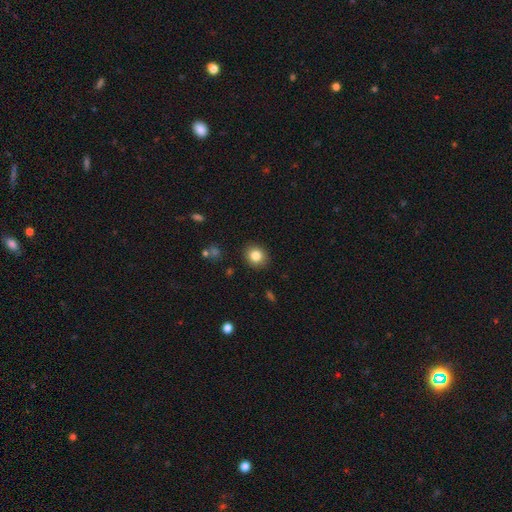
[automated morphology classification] smooth 83%, star or artifact 10%, featured or disk 7%. Down the decision tree: how rounded — round (75%); merging — none (90%).